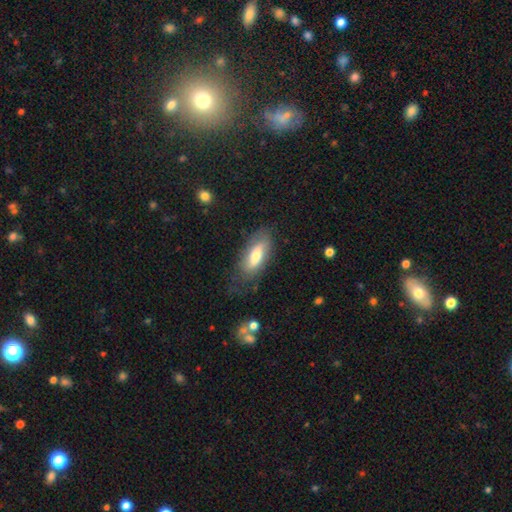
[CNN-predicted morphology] smooth_or_featured: smooth (p=0.61) [alt: featured or disk p=0.32]
how_rounded: in between (p=0.79) [alt: cigar-shaped p=0.18]
merging: none (p=0.66) [alt: minor disturbance p=0.23]